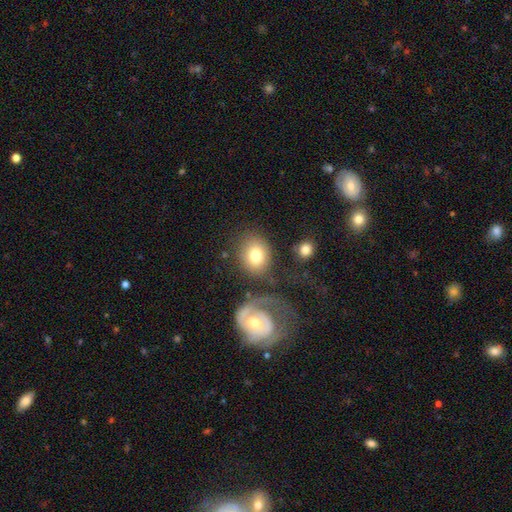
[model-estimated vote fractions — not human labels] Smooth or featured? Predicted: smooth (p=0.76). How rounded? Predicted: round (p=0.53). Merging? Predicted: none (p=0.68).